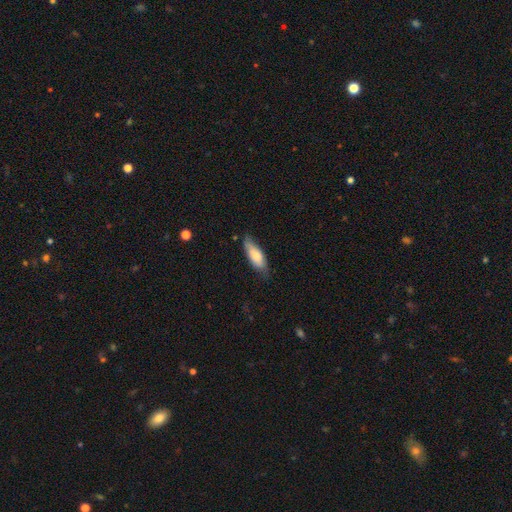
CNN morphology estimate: Smooth or featured: smooth — 78% (featured or disk — 16%)
How rounded: in between — 65% (cigar-shaped — 33%)
Merging: none — 70% (minor disturbance — 24%)